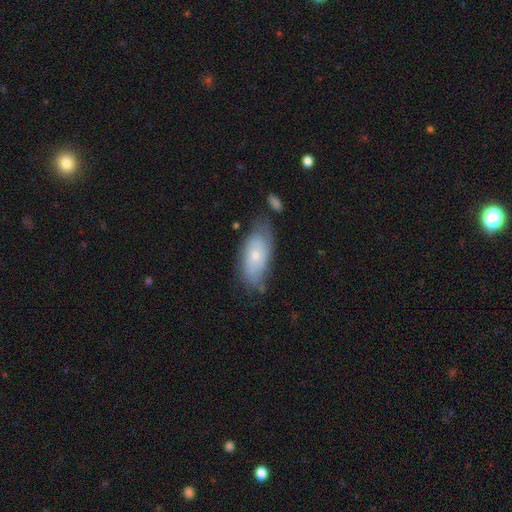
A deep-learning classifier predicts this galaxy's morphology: This is possibly a smooth galaxy (50%). How rounded: clearly in between (88%). Merging: possibly none (58%).